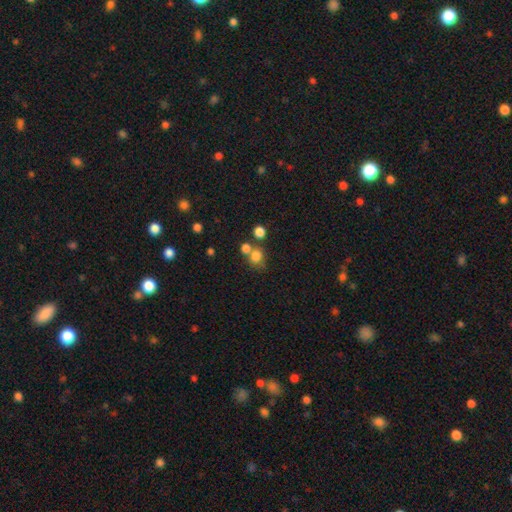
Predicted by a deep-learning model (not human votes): smooth_or_featured: smooth (p=0.78) [alt: star or artifact p=0.13]
how_rounded: round (p=0.73) [alt: in between p=0.26]
merging: none (p=0.49) [alt: merger p=0.35]